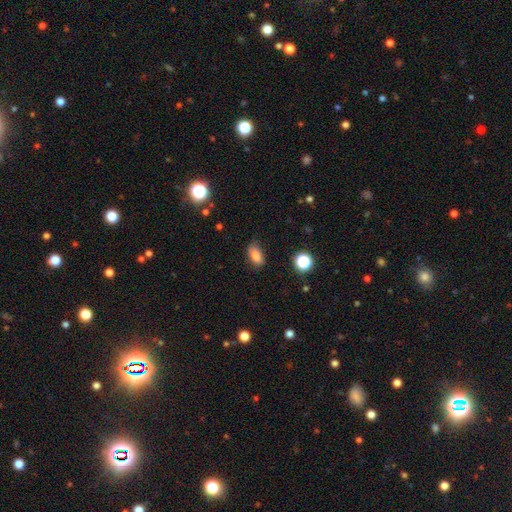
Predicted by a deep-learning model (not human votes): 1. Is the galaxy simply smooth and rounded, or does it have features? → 83% smooth, 11% star or artifact, 6% featured or disk.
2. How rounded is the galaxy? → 88% in between, 8% round, 4% cigar-shaped.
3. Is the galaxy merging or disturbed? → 76% none, 19% minor disturbance, 4% major disturbance, 2% merger.